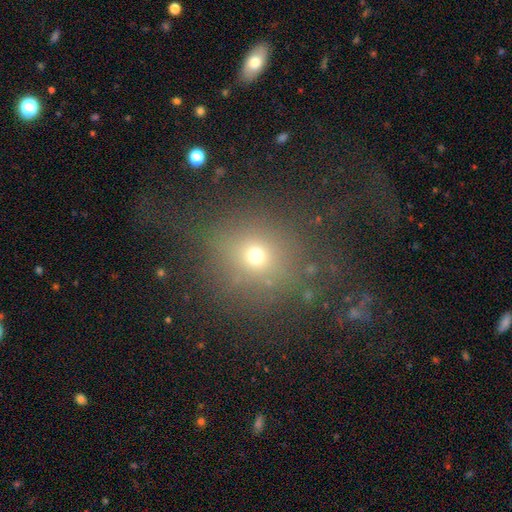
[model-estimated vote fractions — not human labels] Morphology: type=smooth (66%); roundness=round (81%); merging=none (79%).